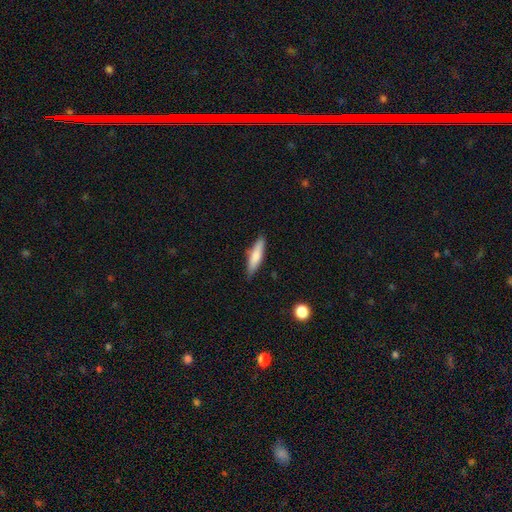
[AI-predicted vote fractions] Smooth or featured? Predicted: smooth (p=0.73). How rounded? Predicted: cigar-shaped (p=0.76). Merging? Predicted: none (p=0.84).